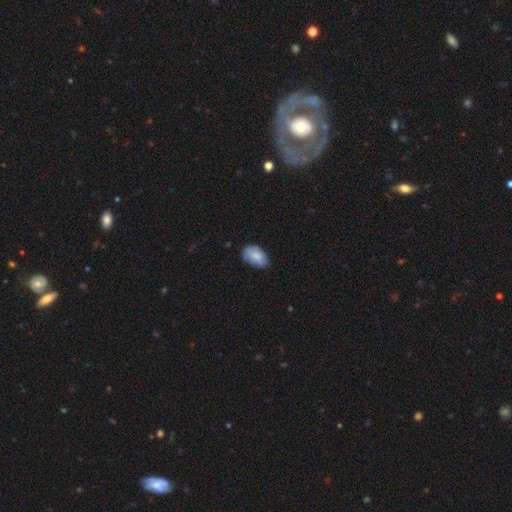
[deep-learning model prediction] Smooth or featured?
  - smooth: 83% *
  - featured or disk: 10%
  - star or artifact: 7%
How rounded?
  - in between: 92% *
  - round: 6%
  - cigar-shaped: 1%
Merging?
  - none: 64% *
  - minor disturbance: 30%
  - major disturbance: 5%
  - merger: 1%